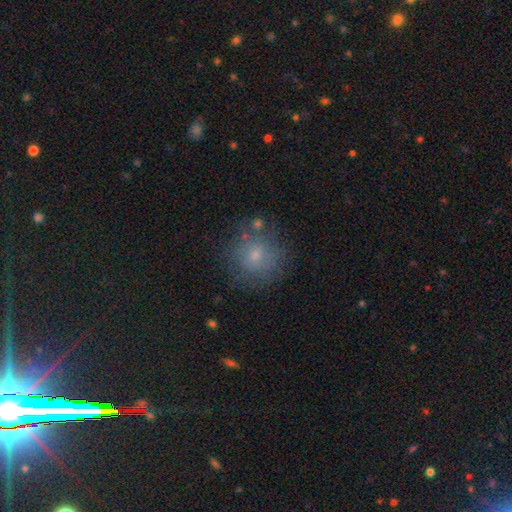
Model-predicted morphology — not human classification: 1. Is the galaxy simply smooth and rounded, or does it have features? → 66% smooth, 21% featured or disk, 13% star or artifact.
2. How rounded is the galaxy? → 91% round, 8% in between, 1% cigar-shaped.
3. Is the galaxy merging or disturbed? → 74% none, 15% minor disturbance, 7% major disturbance, 4% merger.